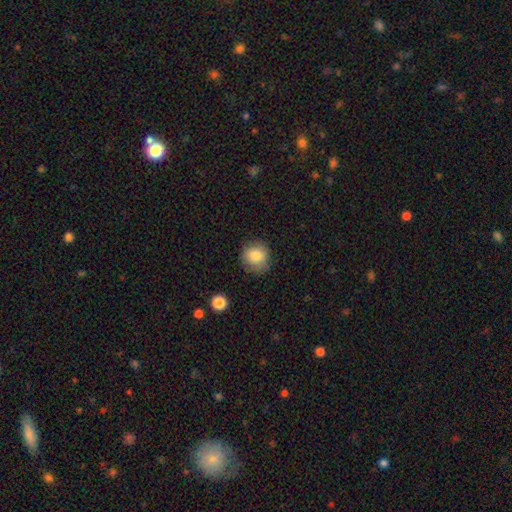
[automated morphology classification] A smooth galaxy with no disk features (82%) that is round (88%).

Vote fractions:
- Smooth or featured? smooth: 82% / star or artifact: 9% / featured or disk: 9%
- How rounded? round: 88% / in between: 11% / cigar-shaped: 1%
- Merging? none: 83% / minor disturbance: 13% / major disturbance: 3% / merger: 1%